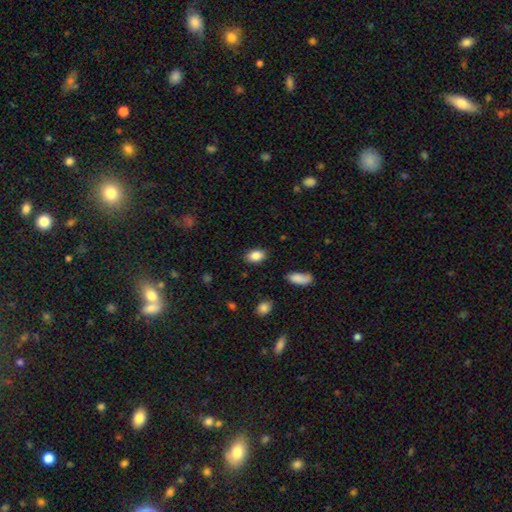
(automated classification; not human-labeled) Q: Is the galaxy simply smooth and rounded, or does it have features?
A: smooth — 86%.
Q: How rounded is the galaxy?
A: in between — 84%.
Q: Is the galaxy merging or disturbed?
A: none — 85%.